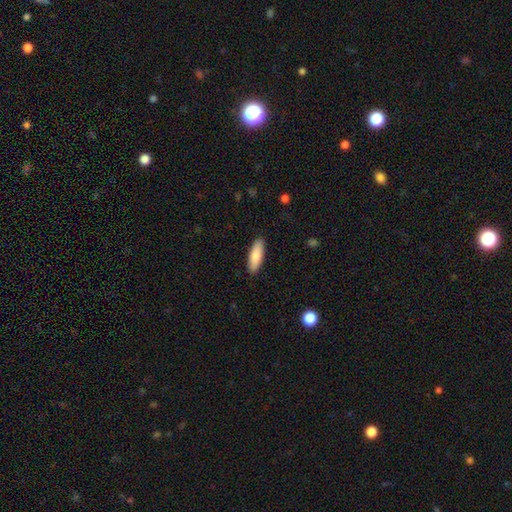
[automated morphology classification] Overall: smooth (83%). How rounded: in between (58%; cigar-shaped 40%). Merging: none (89%).